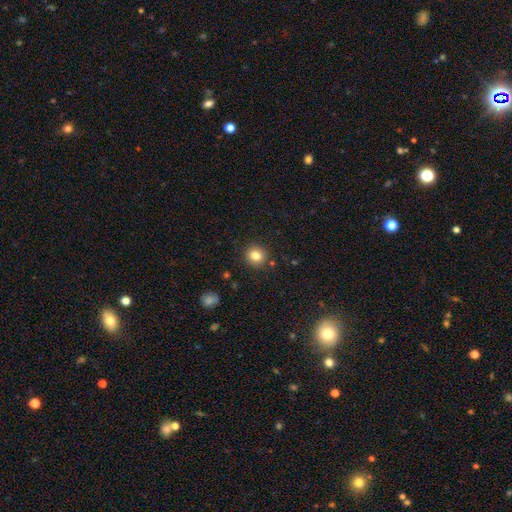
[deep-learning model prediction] This appears to be a smooth galaxy with no disk features (82%) that is round (84%). Merging: none (88%).